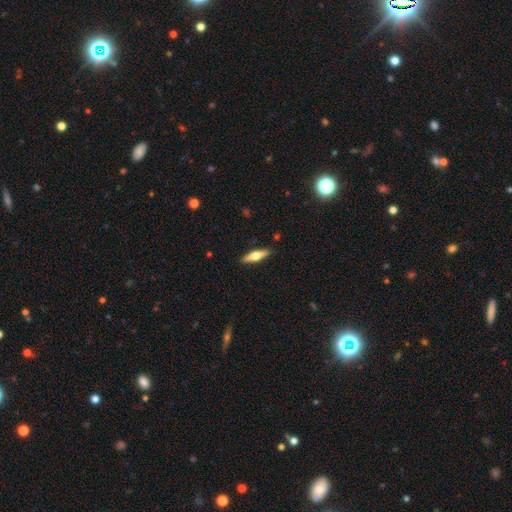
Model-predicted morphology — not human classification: A featured or disk galaxy (48%). Merging: none (89%).